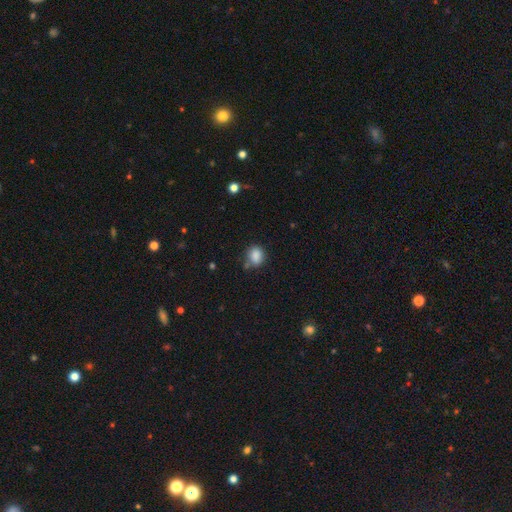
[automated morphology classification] Q: Smooth or featured?
A: smooth (86%); runner-up: star or artifact (9%)
Q: How rounded?
A: in between (50%); runner-up: round (49%)
Q: Merging?
A: none (62%); runner-up: minor disturbance (24%)